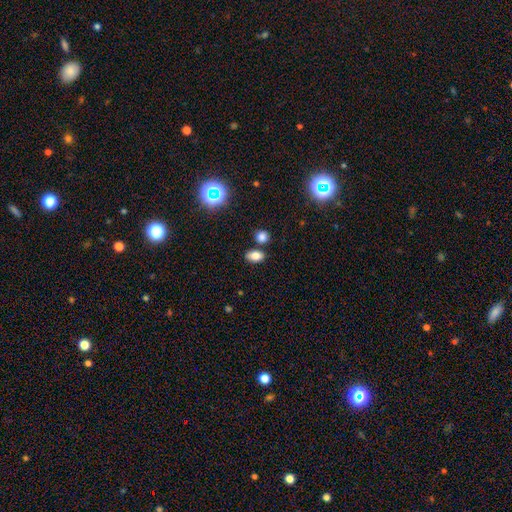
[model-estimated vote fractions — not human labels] smooth_or_featured: smooth (p=0.81) [alt: star or artifact p=0.13]
how_rounded: in between (p=0.84) [alt: round p=0.15]
merging: none (p=0.76) [alt: merger p=0.11]